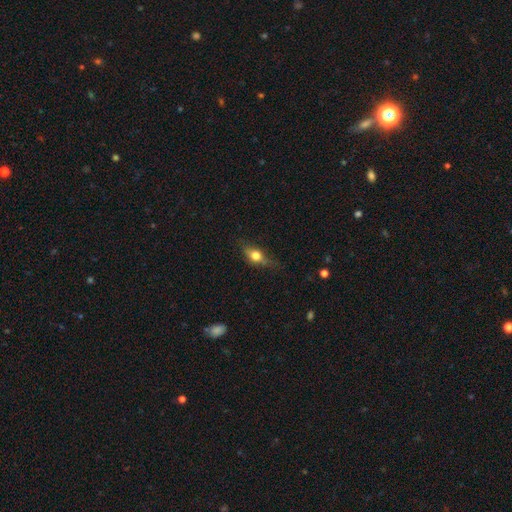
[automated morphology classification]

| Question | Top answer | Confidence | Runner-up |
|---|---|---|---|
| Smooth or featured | smooth | 60% | featured or disk (30%) |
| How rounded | in between | 61% | cigar-shaped (20%) |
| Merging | none | 64% | minor disturbance (25%) |